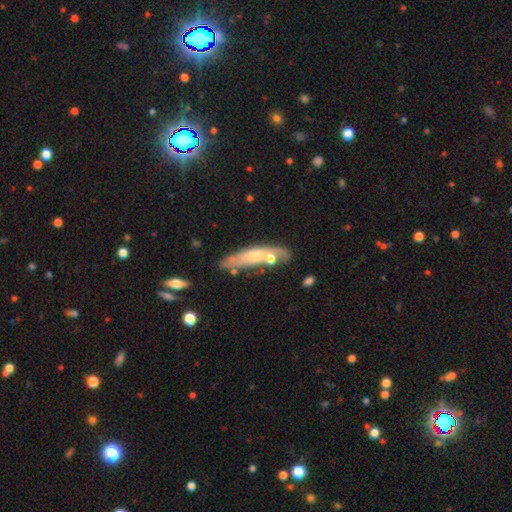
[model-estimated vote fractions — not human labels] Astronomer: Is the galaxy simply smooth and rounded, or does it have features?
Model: featured or disk — 47% (runner-up: smooth, 46%).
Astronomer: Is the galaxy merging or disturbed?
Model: none — 51%.